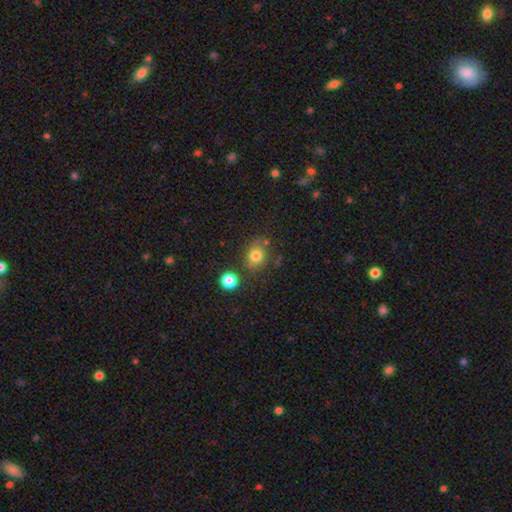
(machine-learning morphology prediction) smooth 78%, star or artifact 13%, featured or disk 9%. Down the decision tree: how rounded — round (63%); merging — none (71%).